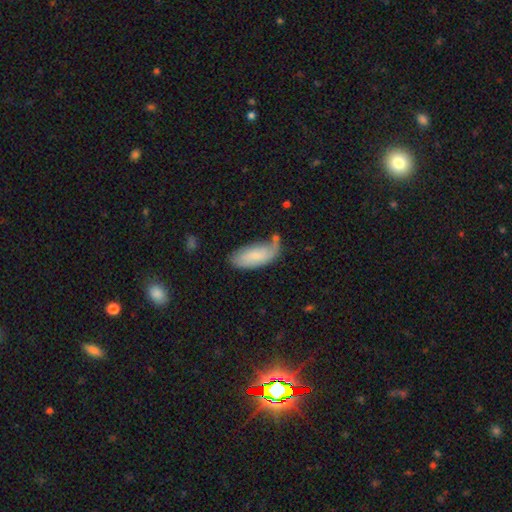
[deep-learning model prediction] The model was most divided on "merging": none: 52%, minor disturbance: 30%, major disturbance: 10%, merger: 8%. More confident: how rounded — in between (86%); smooth or featured — smooth (72%).